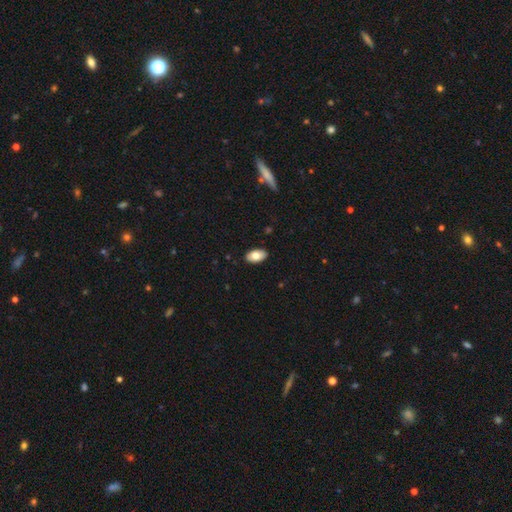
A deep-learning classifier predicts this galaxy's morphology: Overall: smooth (79%). How rounded: in between (94%). Merging: none (88%).